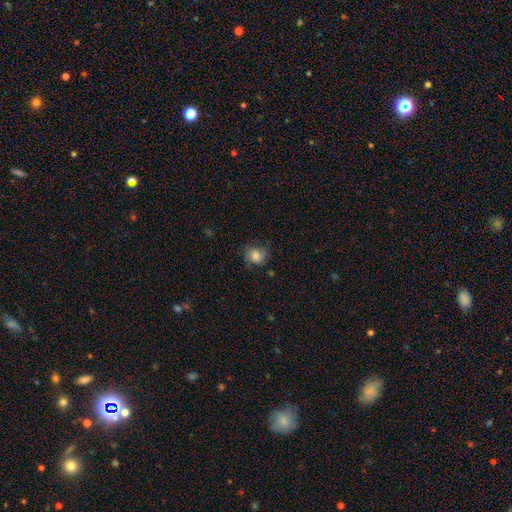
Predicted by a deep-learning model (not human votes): Smooth or featured? Predicted: smooth (p=0.60). How rounded? Predicted: round (p=0.67). Merging? Predicted: none (p=0.63).